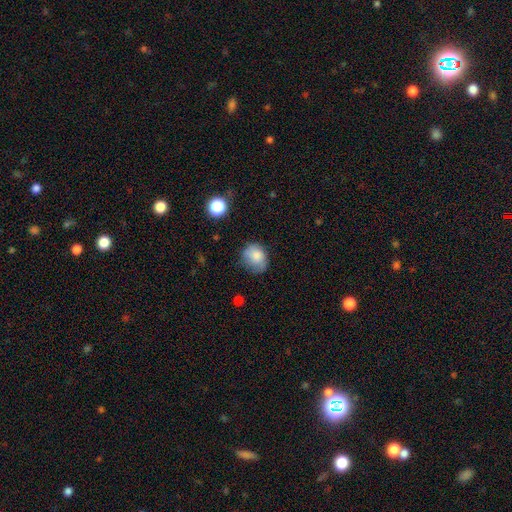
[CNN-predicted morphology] The model was most divided on "how rounded": round: 59%, in between: 40%, cigar-shaped: 1%. More confident: smooth or featured — smooth (80%); merging — none (58%).